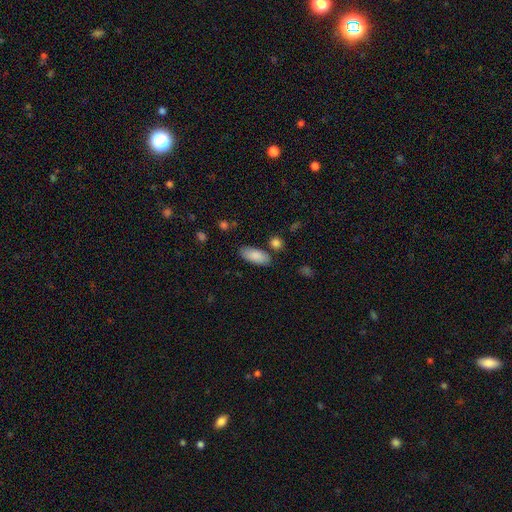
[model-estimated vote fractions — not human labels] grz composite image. It shows a smooth galaxy with no disk features (87%) that is in between round and cigar-shaped (86%). Merging: none (81%).